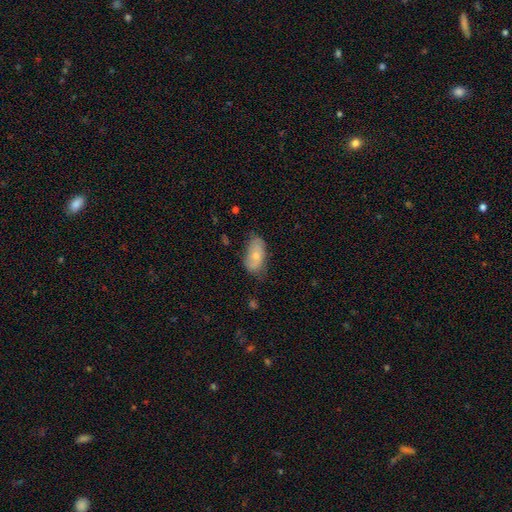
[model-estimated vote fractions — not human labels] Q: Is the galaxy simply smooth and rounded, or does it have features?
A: smooth — 63%.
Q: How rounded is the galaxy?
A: in between — 92%.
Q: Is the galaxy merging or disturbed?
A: none — 60%.